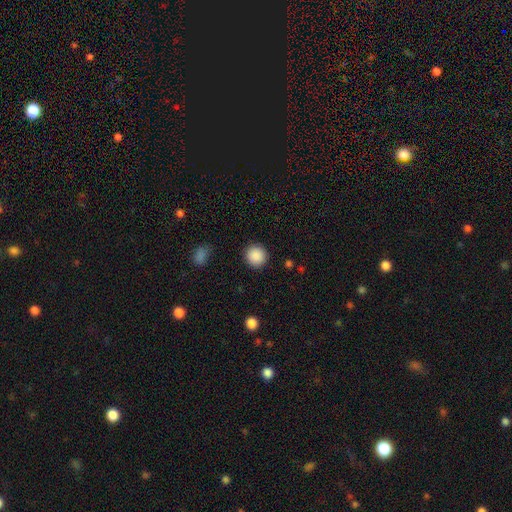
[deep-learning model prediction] A smooth galaxy with no disk features (89%) that is round (93%).

Vote fractions:
- Smooth or featured? smooth: 89% / star or artifact: 8% / featured or disk: 3%
- How rounded? round: 93% / in between: 6% / cigar-shaped: 1%
- Merging? none: 91% / minor disturbance: 6% / major disturbance: 2% / merger: 1%